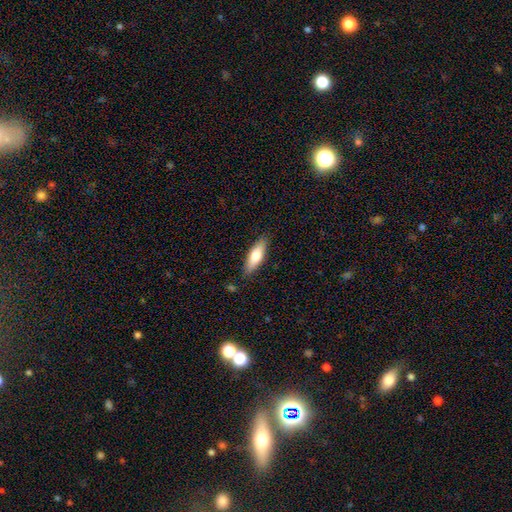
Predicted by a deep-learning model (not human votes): smooth 70%, featured or disk 24%, star or artifact 6%. Down the decision tree: how rounded — in between (51%); merging — none (85%).